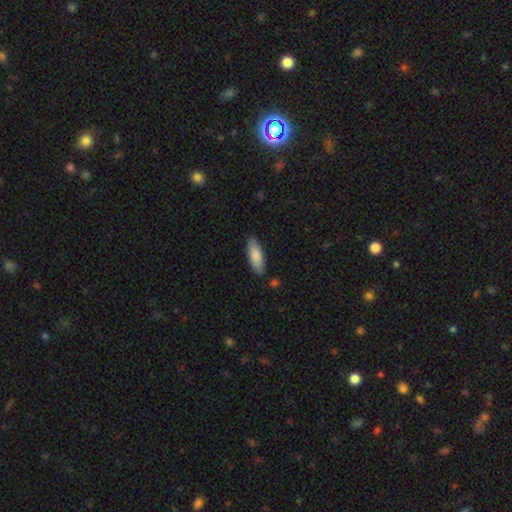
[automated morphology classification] Smooth or featured? smooth (85%)
How rounded? in between (66%)
Merging? none (83%)